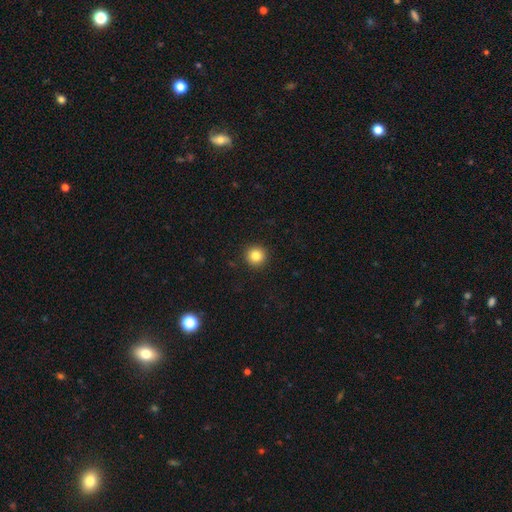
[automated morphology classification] Overall: smooth (83%). How rounded: round (96%). Merging: none (93%).